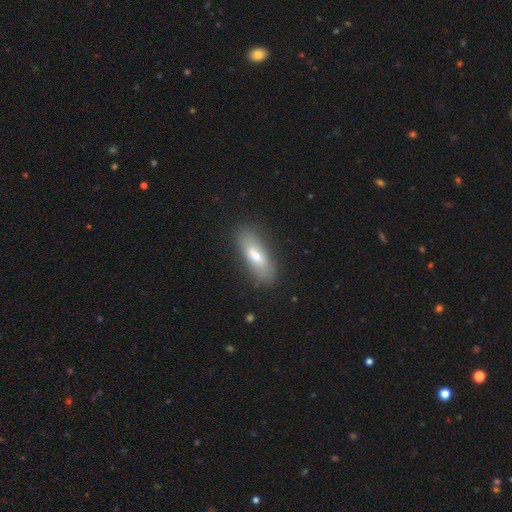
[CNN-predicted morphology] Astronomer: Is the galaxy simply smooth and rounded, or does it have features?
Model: smooth — 64%.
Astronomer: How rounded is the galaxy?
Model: in between — 58% (runner-up: cigar-shaped, 39%).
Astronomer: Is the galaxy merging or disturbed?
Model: none — 86%.